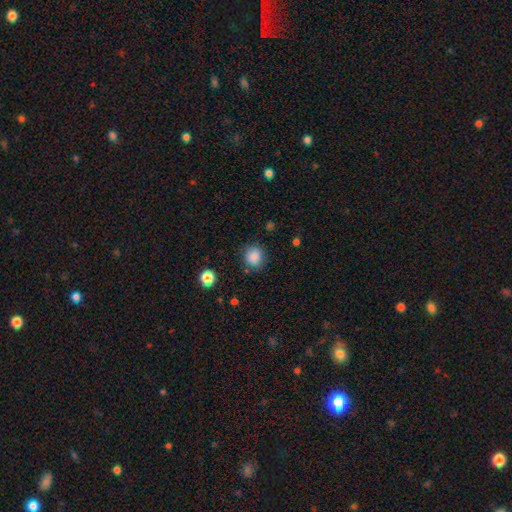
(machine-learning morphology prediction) Q: Smooth or featured?
A: smooth (86%); runner-up: star or artifact (10%)
Q: How rounded?
A: round (81%); runner-up: in between (18%)
Q: Merging?
A: none (82%); runner-up: minor disturbance (12%)